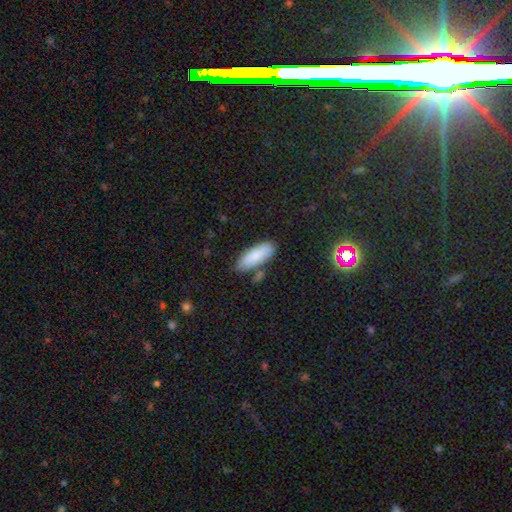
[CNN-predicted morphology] smooth 83%, featured or disk 11%, star or artifact 7%. Down the decision tree: how rounded — in between (71%); merging — none (74%).